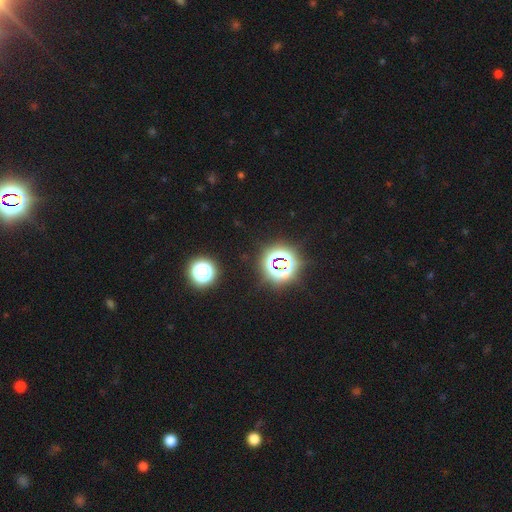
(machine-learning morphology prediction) star or artifact 80%, smooth 15%, featured or disk 6%.